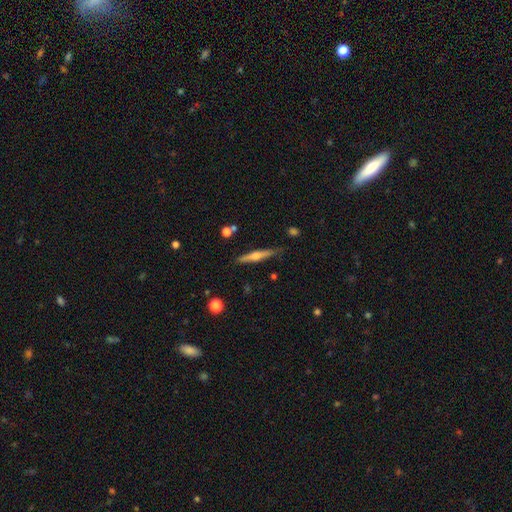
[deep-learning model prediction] A featured or disk galaxy (59%) viewed edge-on (97%) with a rounded central bulge (80%).

Vote fractions:
- Smooth or featured? featured or disk: 59% / smooth: 34% / star or artifact: 7%
- Edge-on disk? yes: 97% / no: 3%
- Edge-on bulge? rounded: 80% / none: 11% / boxy: 9%
- Merging? none: 85% / minor disturbance: 11% / merger: 2% / major disturbance: 2%